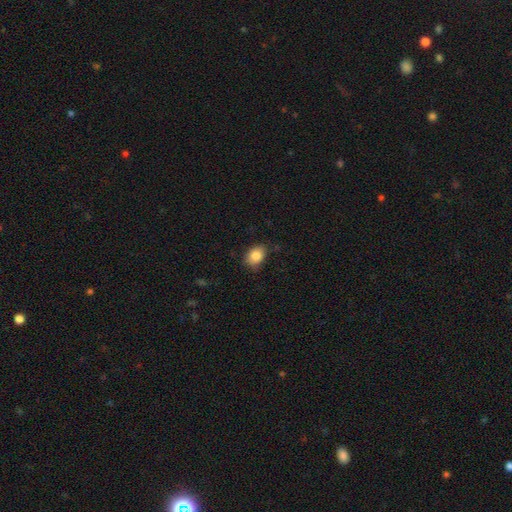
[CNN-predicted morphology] smooth 85%, star or artifact 8%, featured or disk 7%. Down the decision tree: how rounded — in between (73%); merging — none (78%).